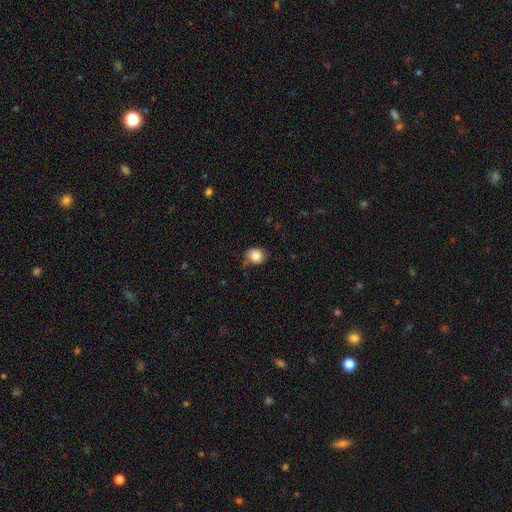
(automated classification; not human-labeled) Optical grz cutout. It shows a smooth galaxy with no disk features (84%) that is round (72%). Merging: none (65%).